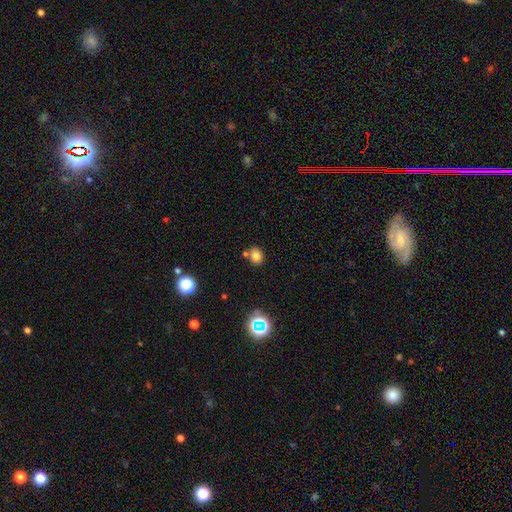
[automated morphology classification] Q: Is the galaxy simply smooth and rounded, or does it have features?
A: smooth — 78%.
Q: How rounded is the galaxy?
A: round — 59%.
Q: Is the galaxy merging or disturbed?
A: none — 70%.